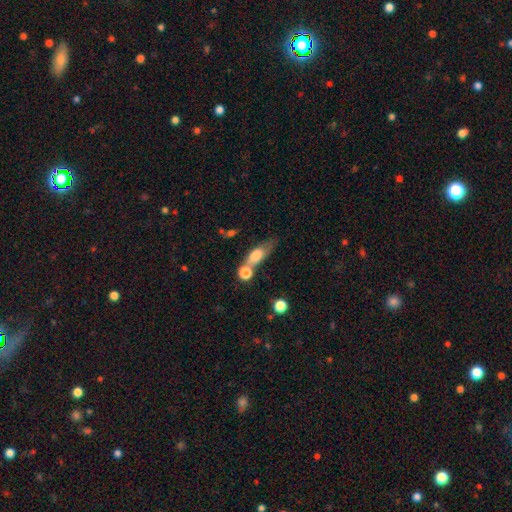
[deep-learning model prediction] This appears to be a smooth galaxy with no disk features (66%) that is in between round and cigar-shaped (57%). Merging: none (41%).